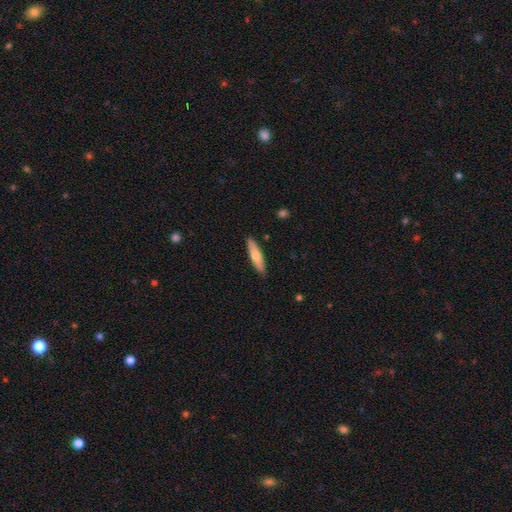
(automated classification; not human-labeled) smooth_or_featured: smooth (p=0.67) [alt: featured or disk p=0.28]
how_rounded: cigar-shaped (p=0.74) [alt: in between p=0.24]
merging: none (p=0.89) [alt: minor disturbance p=0.08]